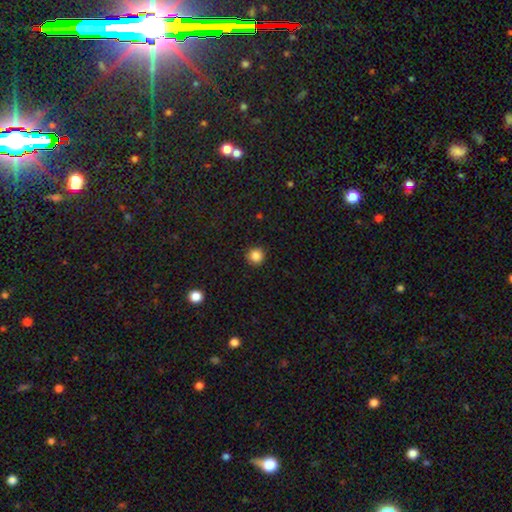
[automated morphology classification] Q: Smooth or featured?
A: smooth (86%); runner-up: star or artifact (11%)
Q: How rounded?
A: round (95%); runner-up: in between (4%)
Q: Merging?
A: none (92%); runner-up: minor disturbance (5%)